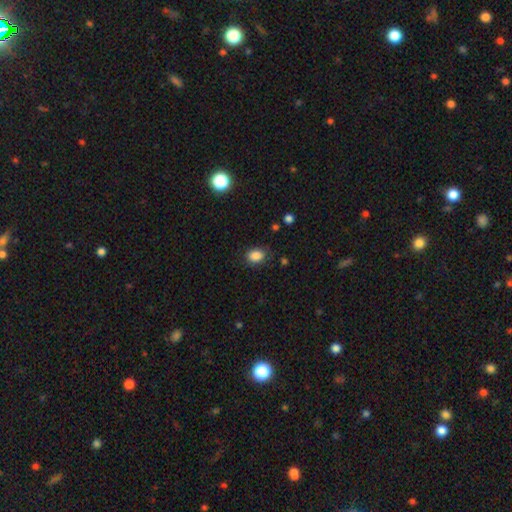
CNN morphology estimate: A smooth galaxy with no disk features (86%) that is in between round and cigar-shaped (67%). Merging: none (80%).